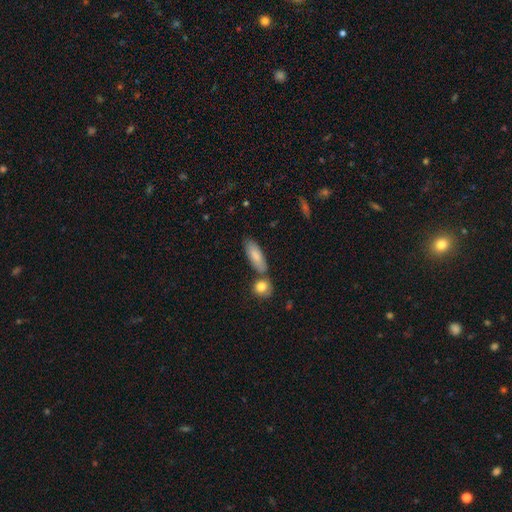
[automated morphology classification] Overall: smooth (81%). How rounded: in between (67%; cigar-shaped 31%). Merging: none (69%).